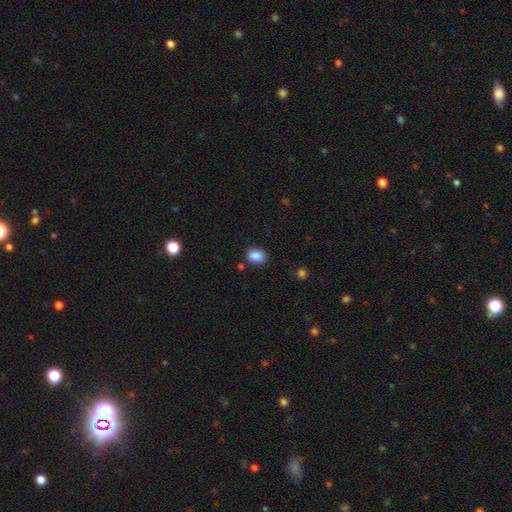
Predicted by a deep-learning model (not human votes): smooth-or-featured: smooth: 87% | star or artifact: 9% | featured or disk: 4%
  how-rounded: in between: 62% | round: 37% | cigar-shaped: 1%
  merging: none: 82% | minor disturbance: 12% | merger: 3% | major disturbance: 3%